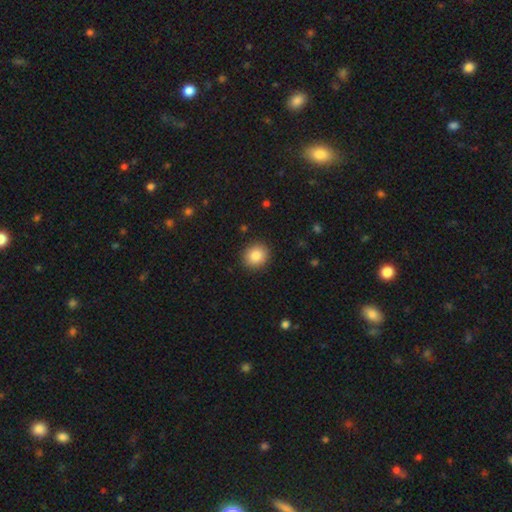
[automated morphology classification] Overall: smooth (85%). How rounded: round (86%). Merging: none (91%).